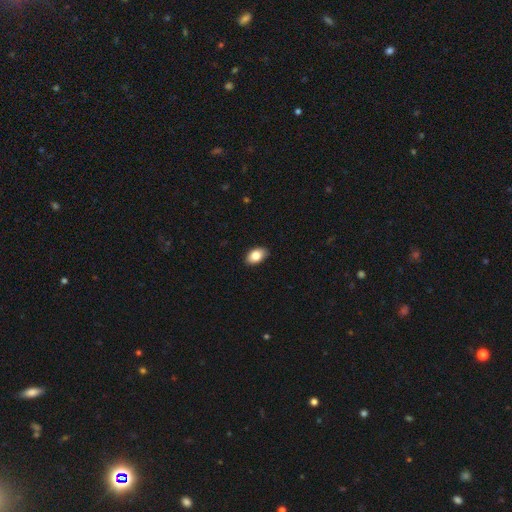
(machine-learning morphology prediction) type=smooth (83%); roundness=in between (90%); merging=none (86%).